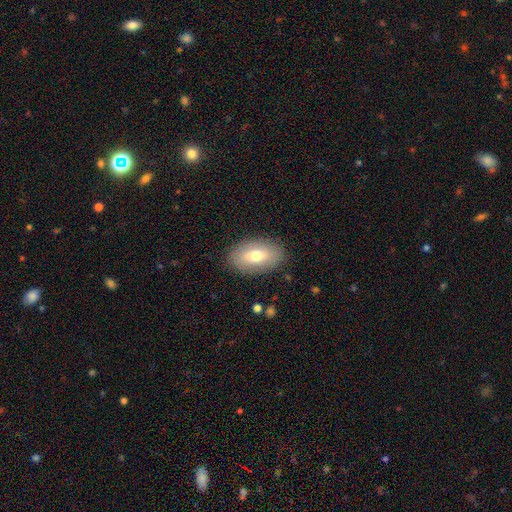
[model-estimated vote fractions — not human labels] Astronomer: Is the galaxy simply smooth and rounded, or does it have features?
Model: smooth — 69%.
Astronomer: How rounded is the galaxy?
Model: in between — 91%.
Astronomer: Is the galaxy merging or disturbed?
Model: none — 86%.